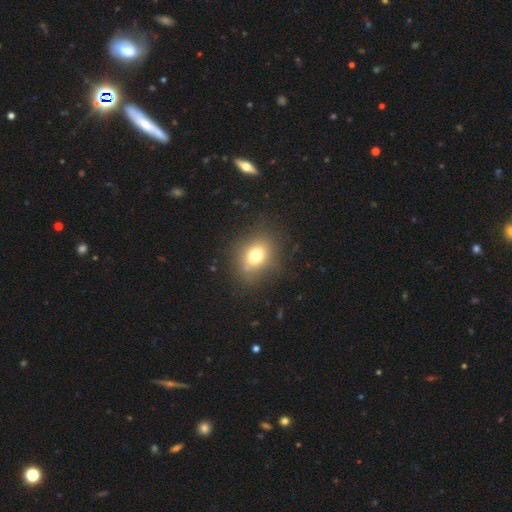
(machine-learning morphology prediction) A smooth galaxy with no disk features (72%) that is round (56%). Merging: none (79%).